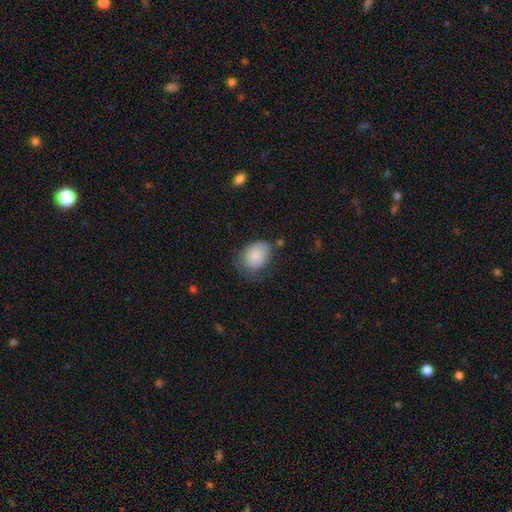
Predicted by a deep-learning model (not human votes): Smooth or featured? Predicted: smooth (p=0.83). How rounded? Predicted: in between (p=0.71). Merging? Predicted: none (p=0.46).